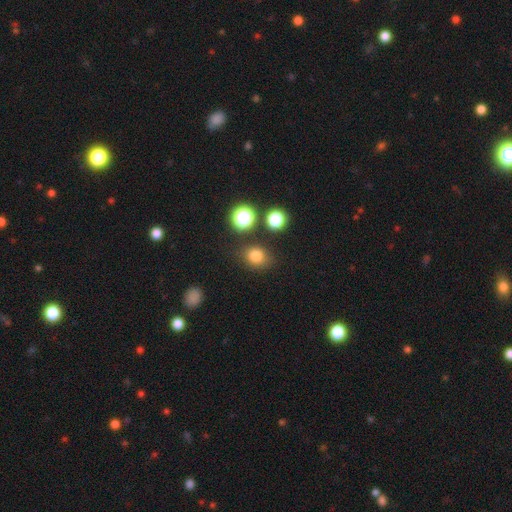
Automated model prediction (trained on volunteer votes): Smooth or featured? Predicted: smooth (p=0.79). How rounded? Predicted: round (p=0.64). Merging? Predicted: none (p=0.78).